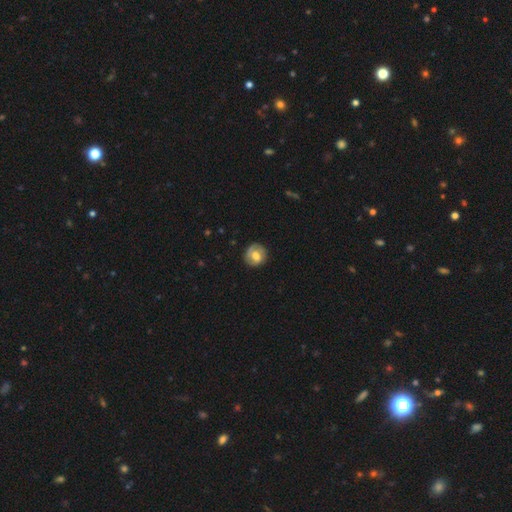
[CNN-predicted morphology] Q: Smooth or featured?
A: smooth (52%); runner-up: featured or disk (41%)
Q: How rounded?
A: round (85%); runner-up: in between (14%)
Q: Merging?
A: none (82%); runner-up: minor disturbance (13%)